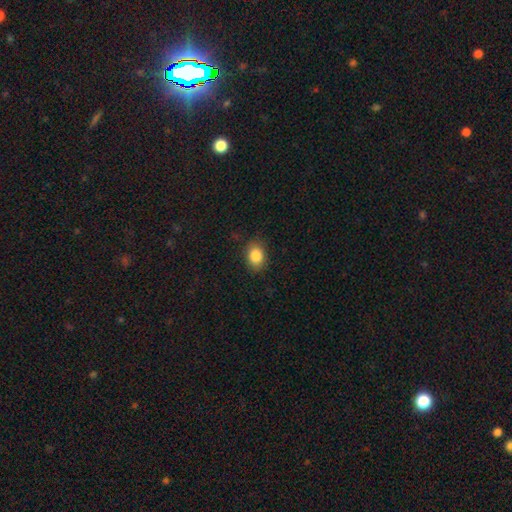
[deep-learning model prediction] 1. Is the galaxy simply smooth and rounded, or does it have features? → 86% smooth, 9% star or artifact, 5% featured or disk.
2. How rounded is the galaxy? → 62% in between, 37% round, 1% cigar-shaped.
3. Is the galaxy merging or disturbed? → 84% none, 12% minor disturbance, 3% major disturbance, 1% merger.